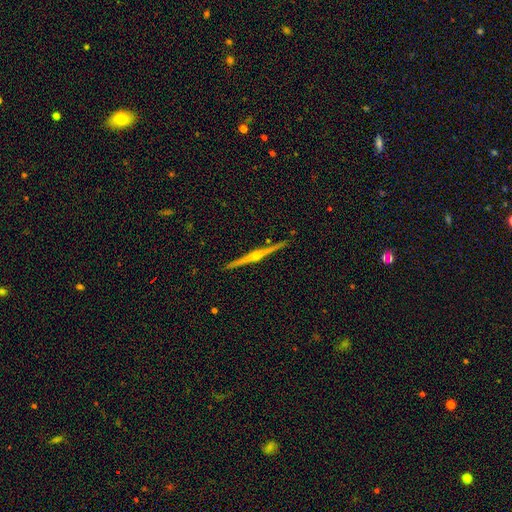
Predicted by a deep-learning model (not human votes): Smooth or featured?
  - featured or disk: 86% *
  - smooth: 8%
  - star or artifact: 5%
Edge-on disk?
  - yes: 99% *
  - no: 1%
Edge-on bulge?
  - rounded: 89% *
  - none: 6%
  - boxy: 5%
Merging?
  - none: 93% *
  - minor disturbance: 5%
  - major disturbance: 1%
  - merger: 1%